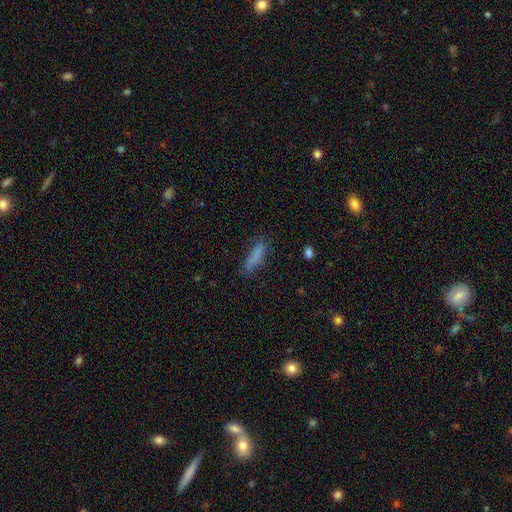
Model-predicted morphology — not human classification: Smooth or featured?
  - smooth: 80% *
  - featured or disk: 10%
  - star or artifact: 9%
How rounded?
  - cigar-shaped: 72% *
  - in between: 26%
  - round: 2%
Merging?
  - none: 71% *
  - minor disturbance: 20%
  - major disturbance: 7%
  - merger: 2%